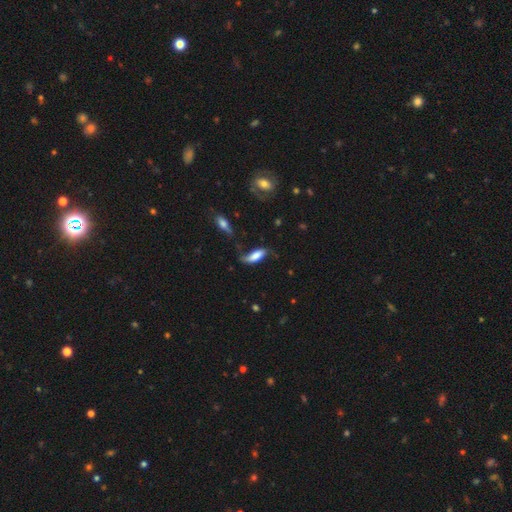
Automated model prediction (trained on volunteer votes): Overall: smooth (68%). How rounded: in between (66%; cigar-shaped 32%). Merging: none (42%; minor disturbance 33%).